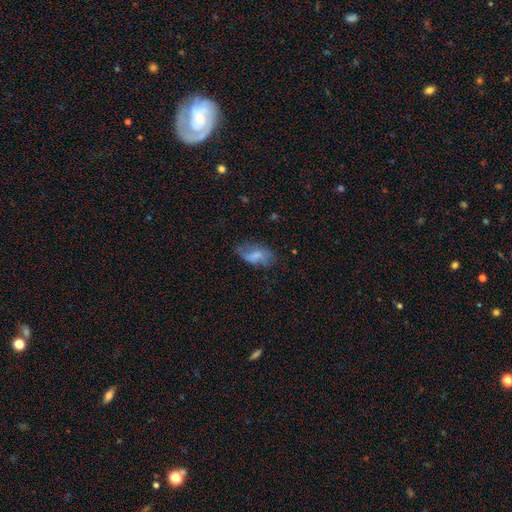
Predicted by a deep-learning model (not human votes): smooth 57%, featured or disk 35%, star or artifact 8%. Down the decision tree: how rounded — in between (92%); merging — none (50%).